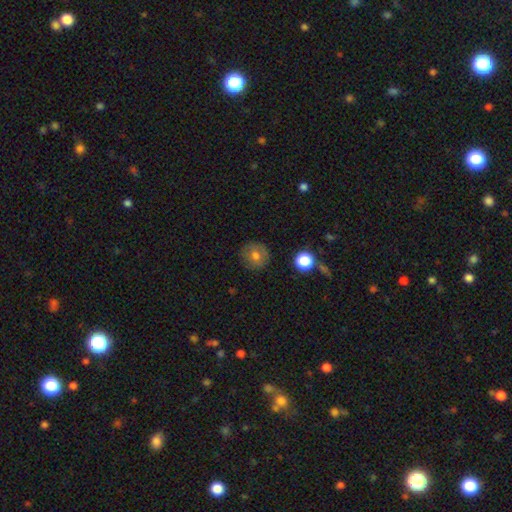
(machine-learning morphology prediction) smooth 71%, featured or disk 18%, star or artifact 11%. Down the decision tree: how rounded — round (92%); merging — none (83%).